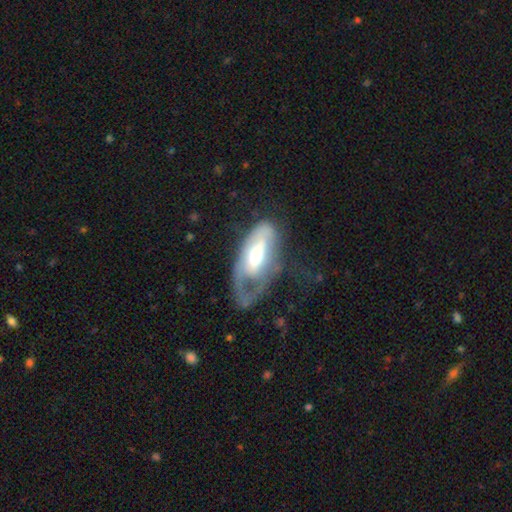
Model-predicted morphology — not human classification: The model was most divided on "spiral arms": yes: 56%, no: 44%. Remaining: edge-on disk — no (87%); bulge size — moderate (60%); smooth or featured — featured or disk (58%); merging — major disturbance (51%); bar — no (50%).